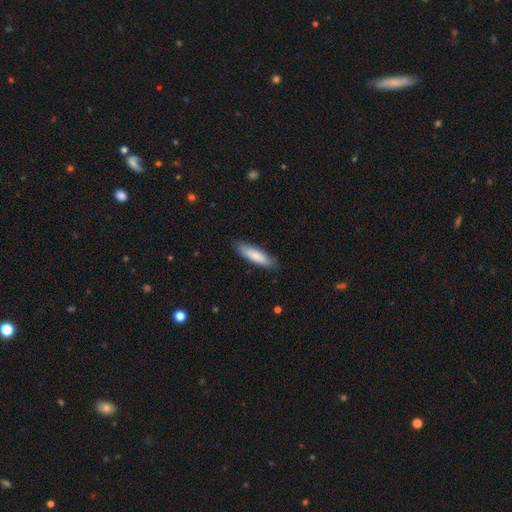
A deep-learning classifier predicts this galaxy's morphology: smooth 82%, featured or disk 13%, star or artifact 5%. Down the decision tree: how rounded — cigar-shaped (66%); merging — none (85%).